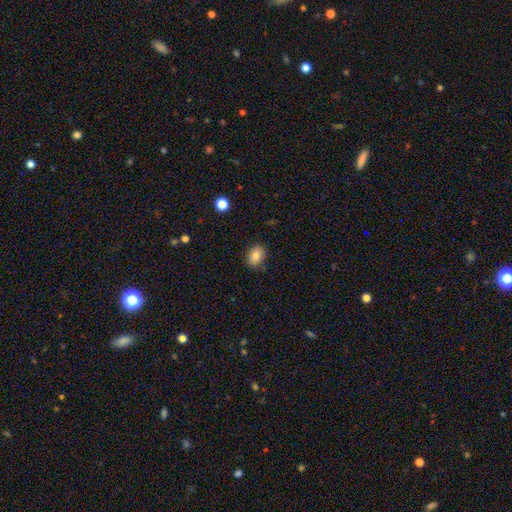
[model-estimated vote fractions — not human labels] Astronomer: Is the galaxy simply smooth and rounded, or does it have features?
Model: smooth — 83%.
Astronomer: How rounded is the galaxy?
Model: in between — 67%.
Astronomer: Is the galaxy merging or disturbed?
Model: none — 85%.